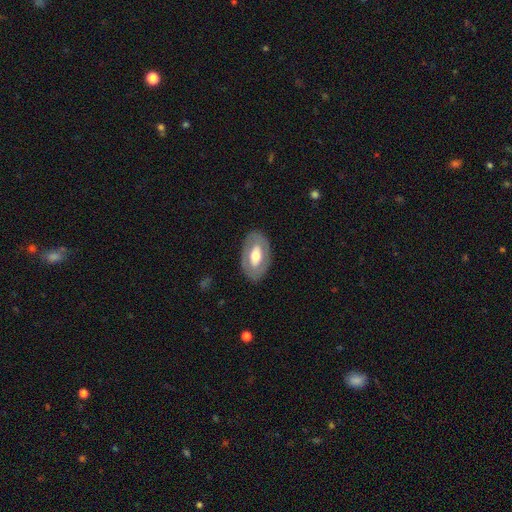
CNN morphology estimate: The model was most divided on "smooth or featured": featured or disk: 51%, smooth: 44%, star or artifact: 5%. More confident: edge-on disk — no (88%); merging — none (83%).